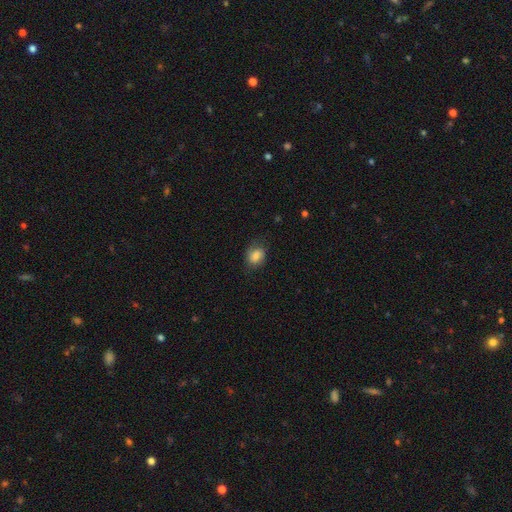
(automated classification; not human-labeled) smooth_or_featured: smooth (p=0.73) [alt: featured or disk p=0.18]
how_rounded: in between (p=0.64) [alt: round p=0.35]
merging: none (p=0.64) [alt: minor disturbance p=0.25]